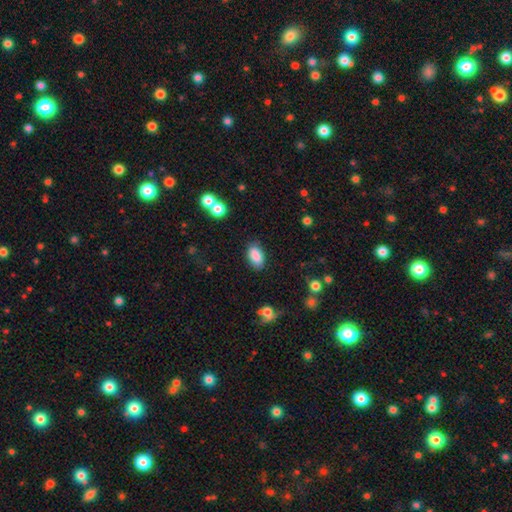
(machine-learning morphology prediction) This is clearly a smooth galaxy (87%). How rounded: clearly in between (92%). Merging: clearly none (83%).